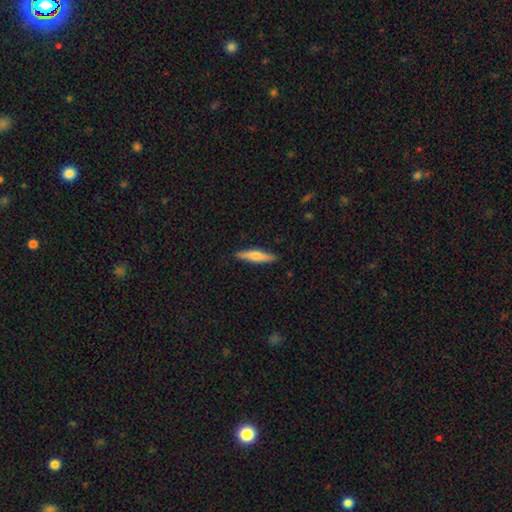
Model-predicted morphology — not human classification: Smooth or featured: smooth — 59% (featured or disk — 35%)
How rounded: cigar-shaped — 84% (in between — 15%)
Merging: none — 89% (minor disturbance — 8%)